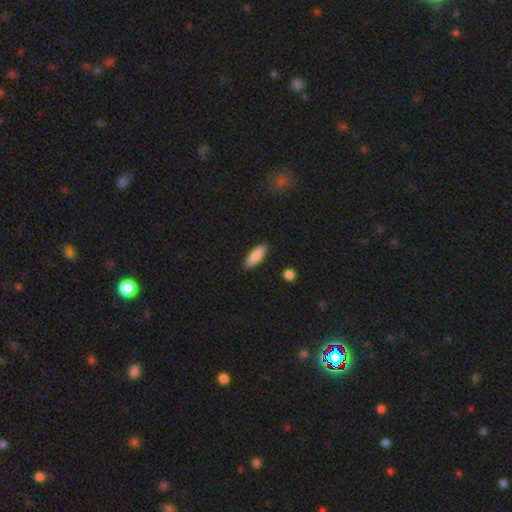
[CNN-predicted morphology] A smooth galaxy with no disk features (83%) that is cigar-shaped (56%). Merging: none (88%).